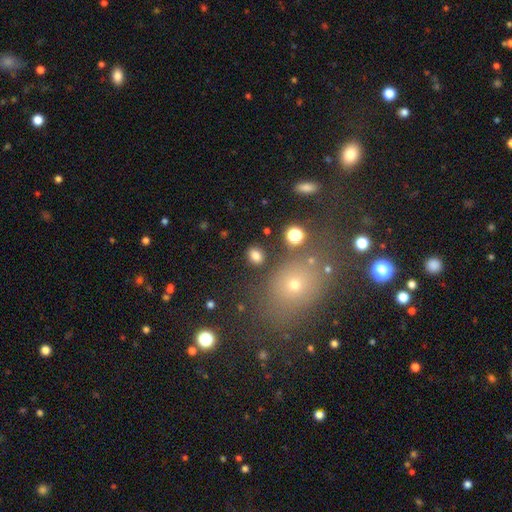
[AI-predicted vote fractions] Smooth or featured: smooth — 78% (star or artifact — 15%)
How rounded: round — 61% (in between — 38%)
Merging: none — 84% (minor disturbance — 8%)